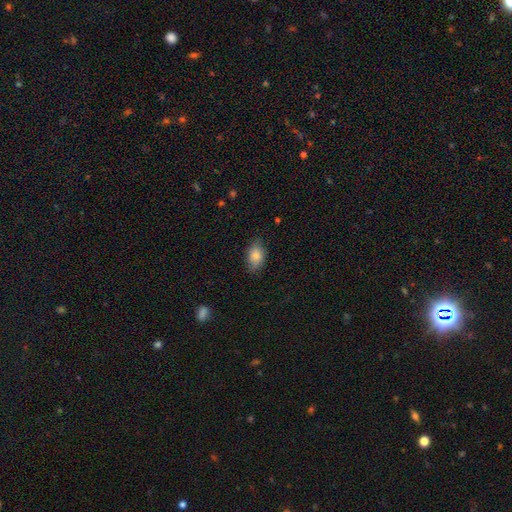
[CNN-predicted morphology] Smooth or featured?
  - smooth: 83% *
  - featured or disk: 10%
  - star or artifact: 7%
How rounded?
  - in between: 88% *
  - round: 10%
  - cigar-shaped: 2%
Merging?
  - none: 78% *
  - minor disturbance: 18%
  - major disturbance: 3%
  - merger: 1%